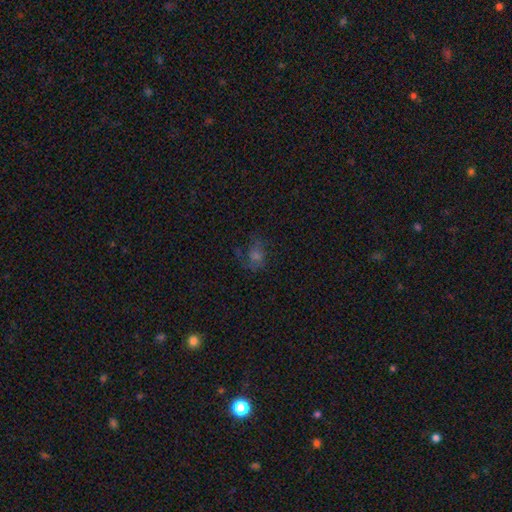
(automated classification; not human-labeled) This is possibly a smooth galaxy (50%). Merging: marginally none (43%).